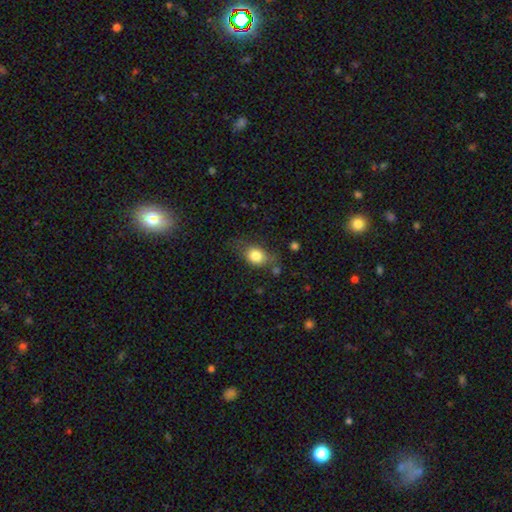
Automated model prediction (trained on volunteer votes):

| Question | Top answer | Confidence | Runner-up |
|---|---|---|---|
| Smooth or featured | smooth | 81% | featured or disk (10%) |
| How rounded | in between | 52% | round (47%) |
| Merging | none | 60% | minor disturbance (26%) |